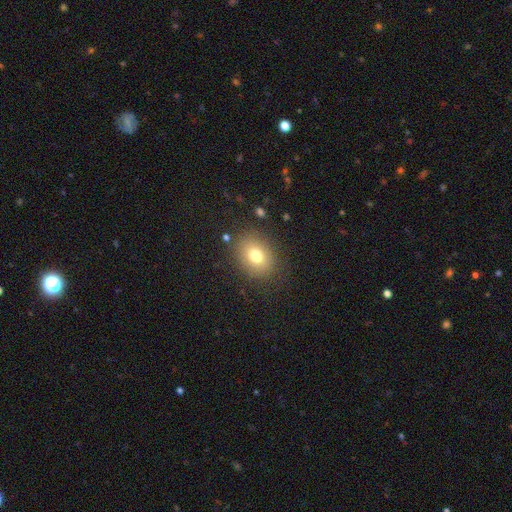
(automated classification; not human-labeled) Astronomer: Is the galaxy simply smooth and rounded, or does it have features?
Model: smooth — 75%.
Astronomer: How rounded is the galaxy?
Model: in between — 54% (runner-up: round, 45%).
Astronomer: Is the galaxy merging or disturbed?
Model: none — 83%.